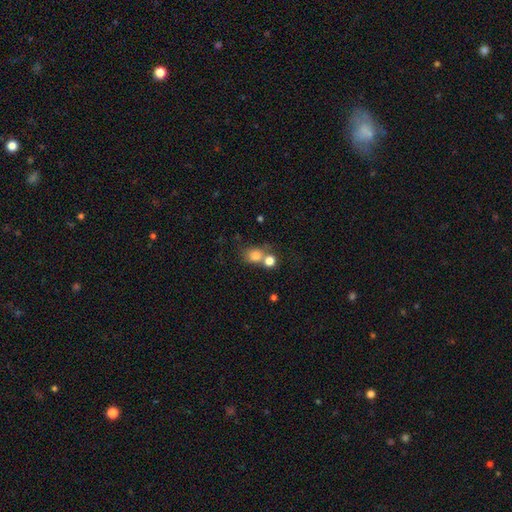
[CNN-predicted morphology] This appears to be a smooth galaxy with no disk features (80%) that is round (70%). Merging: none (45%).